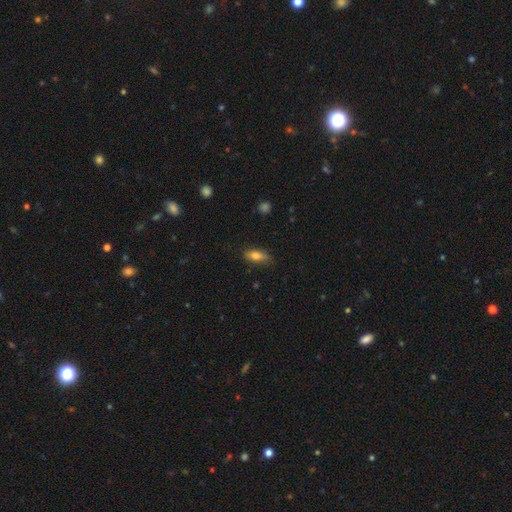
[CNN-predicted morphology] This is likely a smooth galaxy (77%). How rounded: likely in between (74%). Merging: likely none (73%).